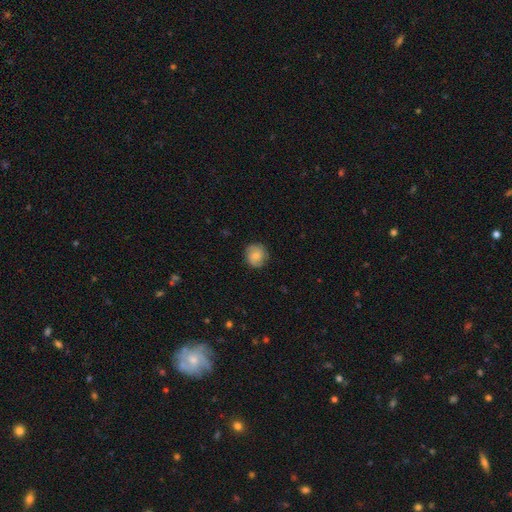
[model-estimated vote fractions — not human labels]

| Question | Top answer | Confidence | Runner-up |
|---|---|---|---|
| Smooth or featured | smooth | 65% | featured or disk (27%) |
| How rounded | round | 88% | in between (11%) |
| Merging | none | 84% | minor disturbance (12%) |